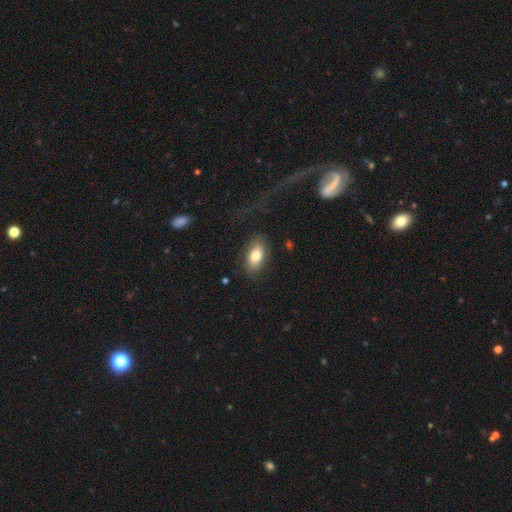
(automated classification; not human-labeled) smooth_or_featured: smooth (p=0.79) [alt: featured or disk p=0.14]
how_rounded: in between (p=0.91) [alt: round p=0.05]
merging: none (p=0.79) [alt: minor disturbance p=0.13]